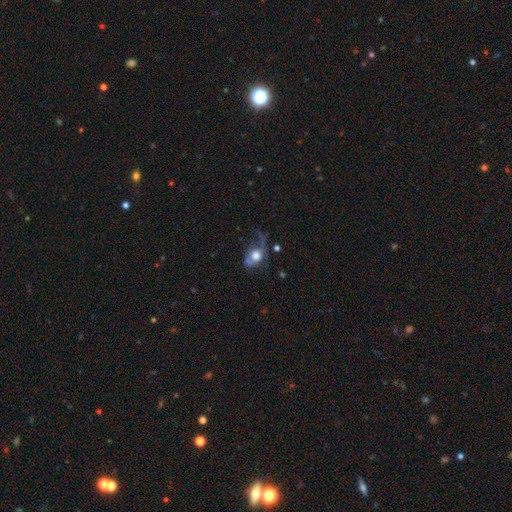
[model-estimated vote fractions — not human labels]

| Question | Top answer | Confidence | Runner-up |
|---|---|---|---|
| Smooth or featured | smooth | 50% | featured or disk (40%) |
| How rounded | round | 52% | in between (46%) |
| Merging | major disturbance | 48% | none (25%) |